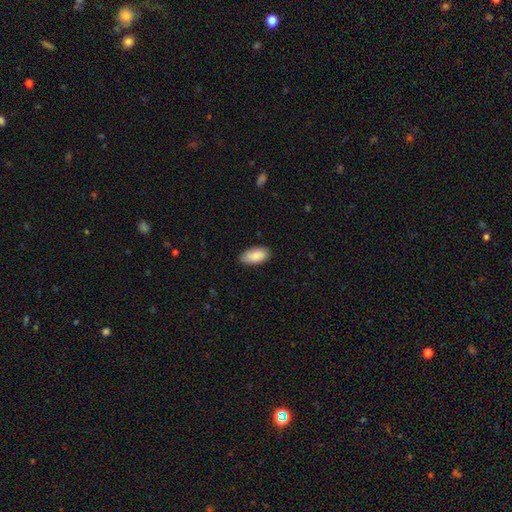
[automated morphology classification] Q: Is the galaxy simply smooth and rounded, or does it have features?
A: smooth — 88%.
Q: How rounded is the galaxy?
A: in between — 94%.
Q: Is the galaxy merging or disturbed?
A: none — 82%.